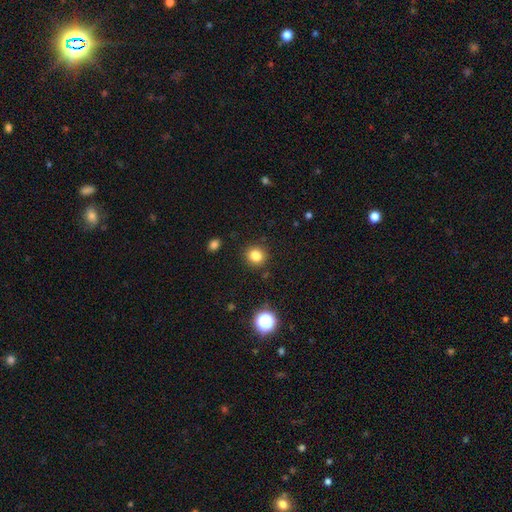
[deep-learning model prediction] This is clearly a smooth galaxy (83%). How rounded: clearly round (80%). Merging: clearly none (88%).